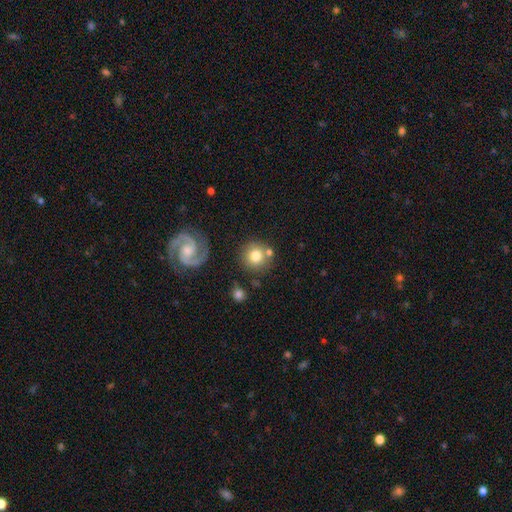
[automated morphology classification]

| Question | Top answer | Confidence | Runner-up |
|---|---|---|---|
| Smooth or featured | smooth | 73% | featured or disk (18%) |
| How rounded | round | 92% | in between (7%) |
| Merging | none | 75% | merger (11%) |